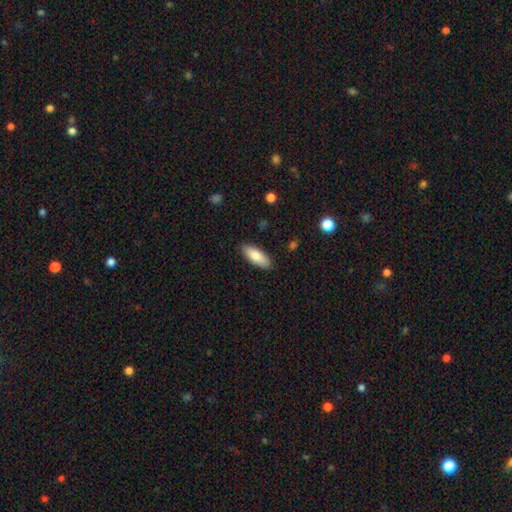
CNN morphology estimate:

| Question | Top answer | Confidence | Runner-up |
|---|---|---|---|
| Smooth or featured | smooth | 81% | featured or disk (13%) |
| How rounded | in between | 77% | cigar-shaped (21%) |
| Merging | none | 87% | minor disturbance (9%) |